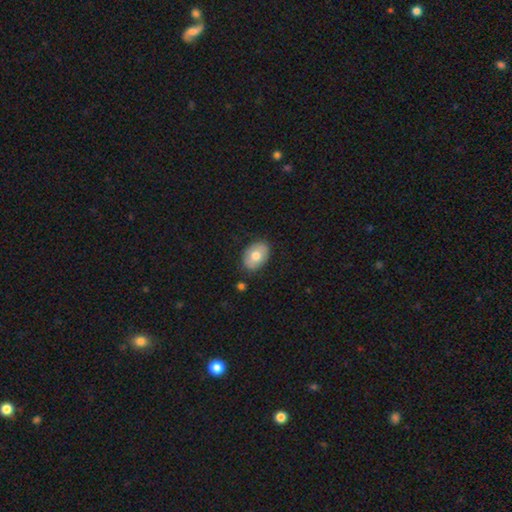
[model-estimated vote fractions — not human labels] smooth-or-featured: smooth: 72% | featured or disk: 22% | star or artifact: 7%
  how-rounded: in between: 79% | round: 20% | cigar-shaped: 1%
  merging: none: 83% | minor disturbance: 13% | major disturbance: 3% | merger: 2%